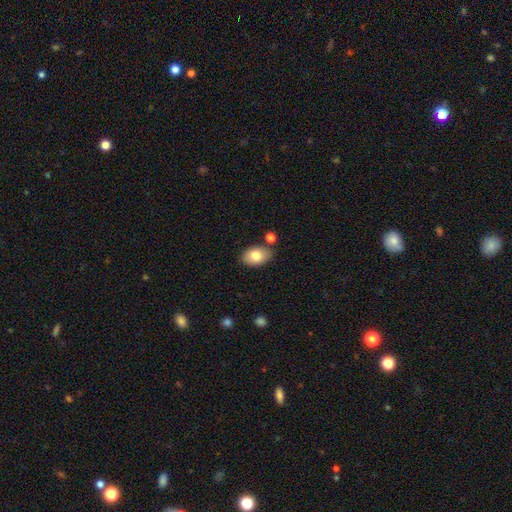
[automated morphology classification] A smooth galaxy with no disk features (80%) that is in between round and cigar-shaped (87%).

Vote fractions:
- Smooth or featured? smooth: 80% / featured or disk: 13% / star or artifact: 8%
- How rounded? in between: 87% / round: 12% / cigar-shaped: 1%
- Merging? none: 80% / minor disturbance: 12% / merger: 5% / major disturbance: 3%